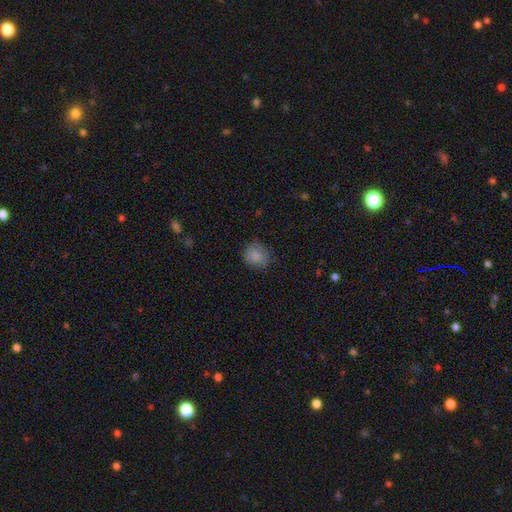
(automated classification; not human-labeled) smooth 84%, star or artifact 9%, featured or disk 7%. Down the decision tree: how rounded — round (82%); merging — none (75%).